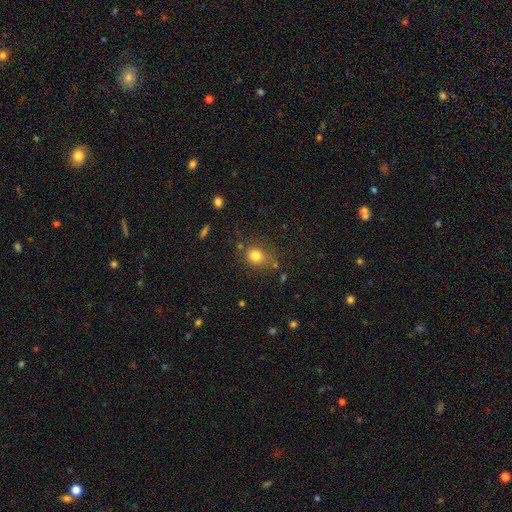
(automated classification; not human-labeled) This is likely a smooth galaxy (79%). How rounded: likely round (72%). Merging: likely none (70%).